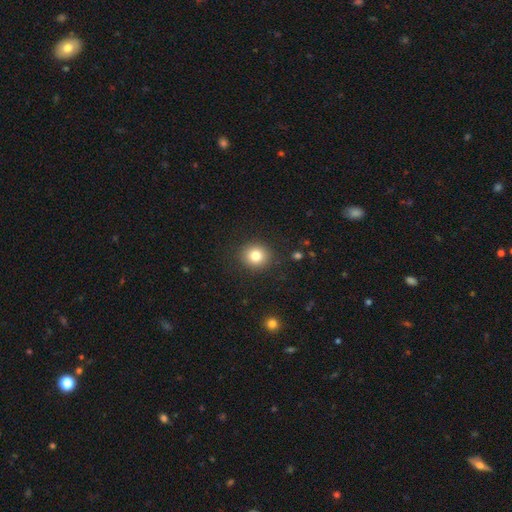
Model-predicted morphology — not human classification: Smooth or featured? smooth (81%)
How rounded? round (86%)
Merging? none (90%)